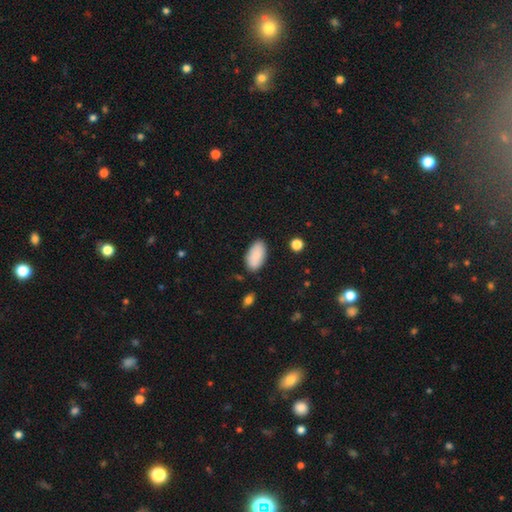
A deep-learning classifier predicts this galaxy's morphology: This is clearly a smooth galaxy (89%). How rounded: clearly in between (95%). Merging: clearly none (84%).